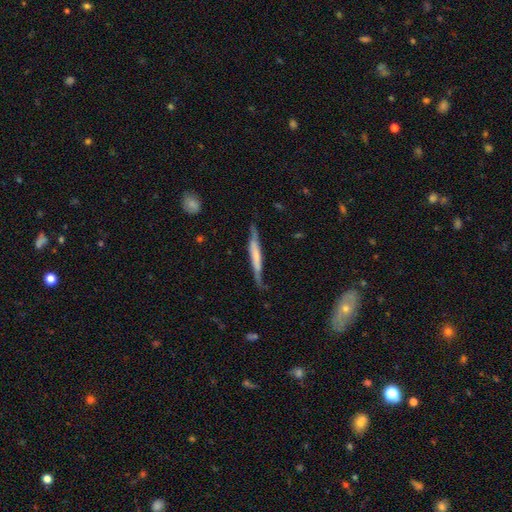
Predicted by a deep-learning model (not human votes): Smooth or featured: featured or disk — 54% (smooth — 40%)
Edge-on disk: yes — 82% (no — 18%)
Merging: none — 62% (minor disturbance — 27%)